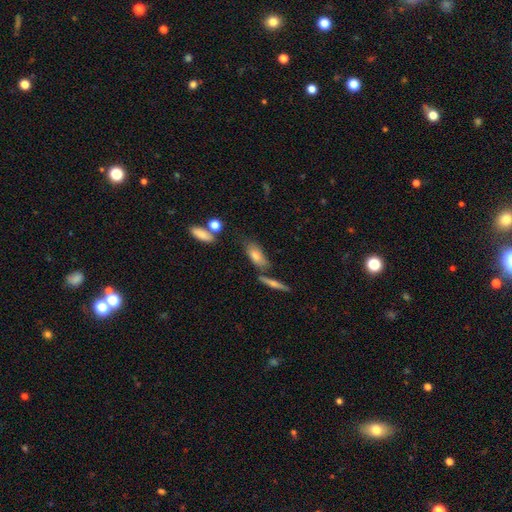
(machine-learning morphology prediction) type=smooth (69%); roundness=in between (79%); merging=none (61%).